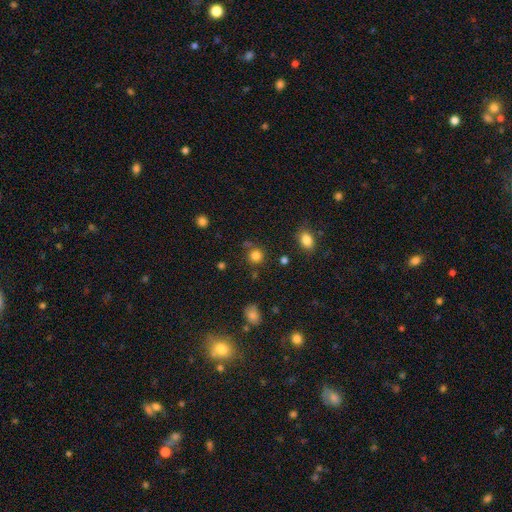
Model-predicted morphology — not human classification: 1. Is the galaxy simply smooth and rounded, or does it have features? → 81% smooth, 14% star or artifact, 5% featured or disk.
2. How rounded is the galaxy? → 90% round, 9% in between, 1% cigar-shaped.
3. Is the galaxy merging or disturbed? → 78% none, 12% minor disturbance, 6% merger, 5% major disturbance.